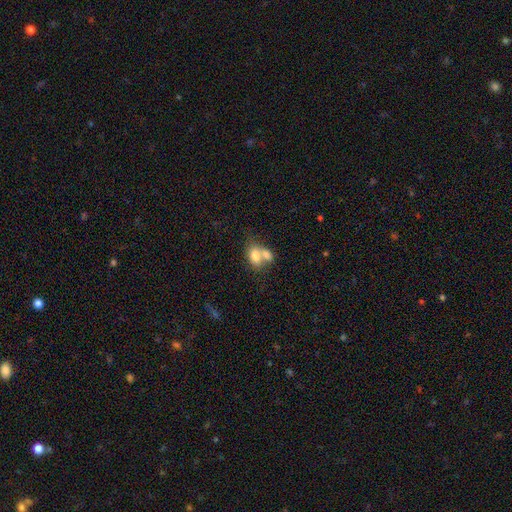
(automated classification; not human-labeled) Smooth or featured? smooth (76%)
How rounded? in between (83%)
Merging? merger (62%)